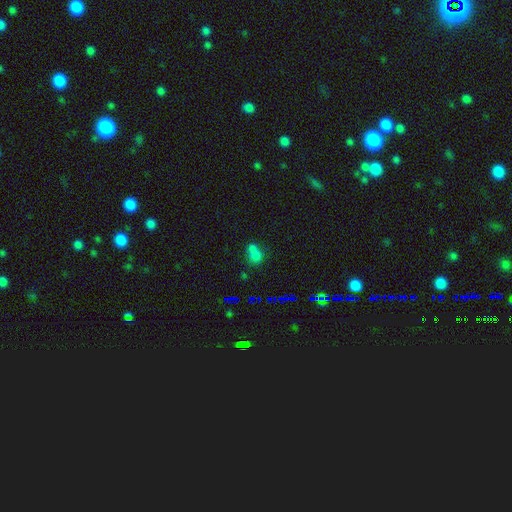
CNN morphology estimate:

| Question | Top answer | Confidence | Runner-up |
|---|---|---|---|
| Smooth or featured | smooth | 64% | star or artifact (22%) |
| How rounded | in between | 51% | round (46%) |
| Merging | merger | 50% | none (34%) |